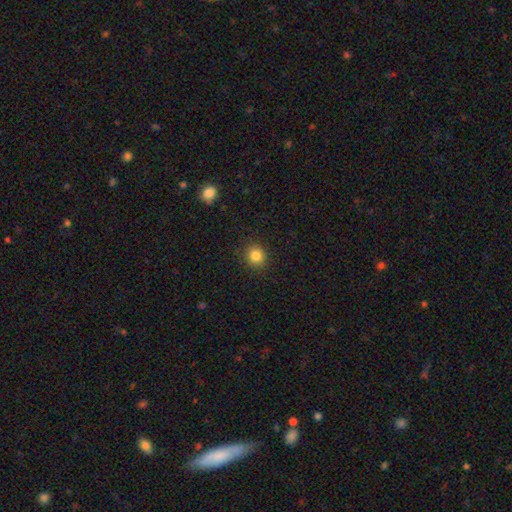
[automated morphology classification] This appears to be a smooth galaxy with no disk features (84%) that is round (86%). Merging: none (90%).